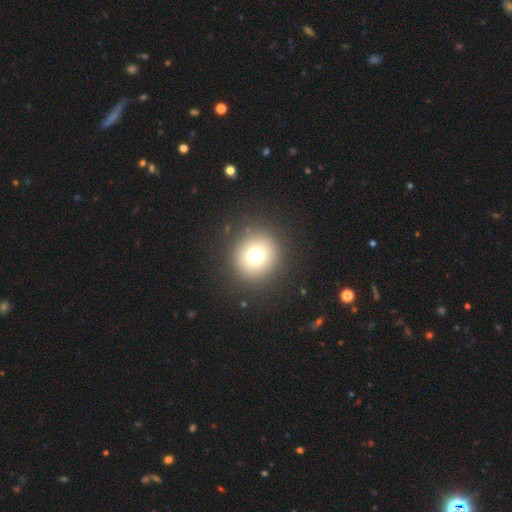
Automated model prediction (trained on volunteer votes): This appears to be a smooth galaxy with no disk features (73%) that is round (92%). Merging: none (90%).